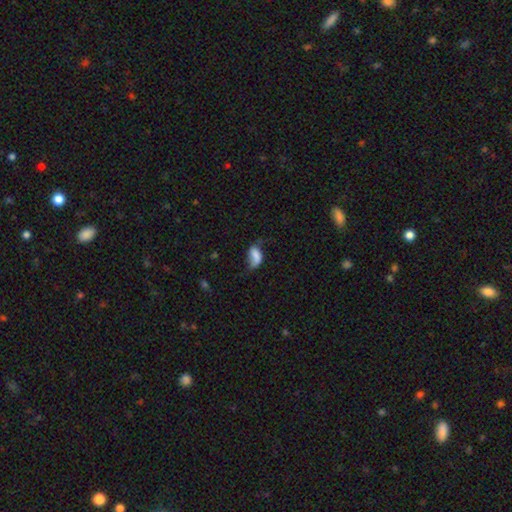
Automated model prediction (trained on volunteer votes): smooth-or-featured: smooth: 69% | featured or disk: 22% | star or artifact: 10%
  how-rounded: in between: 90% | round: 6% | cigar-shaped: 4%
  merging: minor disturbance: 35% | none: 33% | major disturbance: 28% | merger: 4%